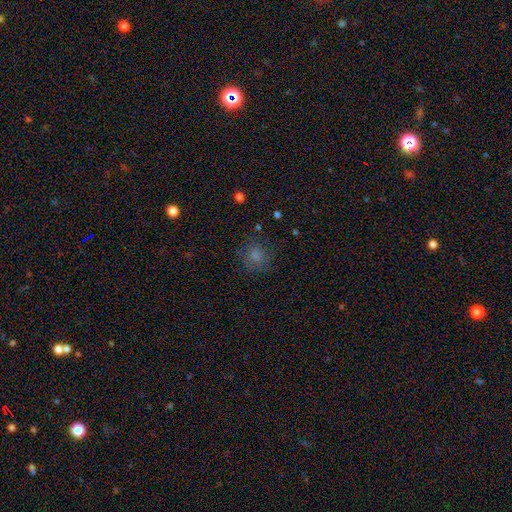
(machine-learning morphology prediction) Smooth or featured: smooth — 77% (star or artifact — 14%)
How rounded: round — 87% (in between — 12%)
Merging: none — 76% (minor disturbance — 15%)